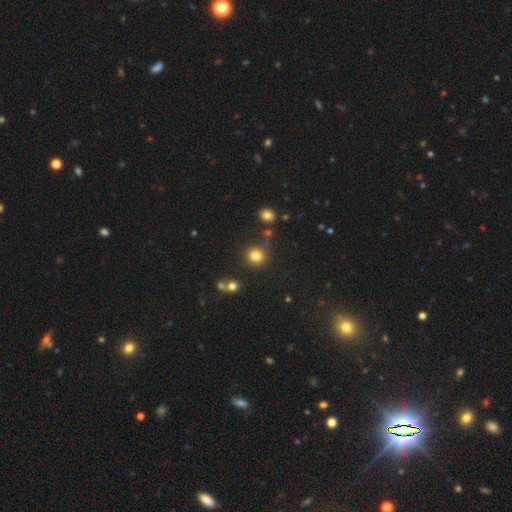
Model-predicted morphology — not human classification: smooth 80%, star or artifact 14%, featured or disk 6%. Down the decision tree: how rounded — round (89%); merging — none (77%).